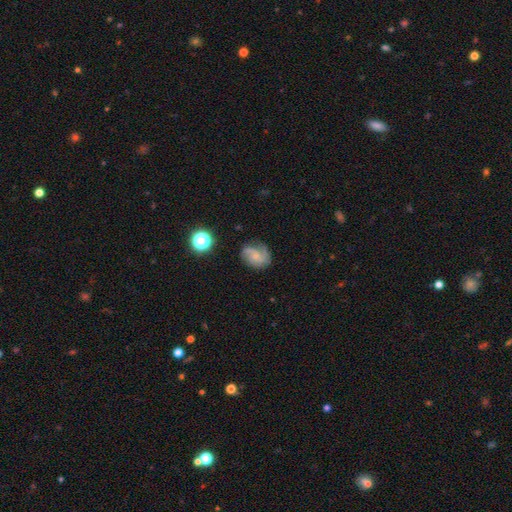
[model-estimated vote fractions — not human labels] Q: Smooth or featured?
A: featured or disk (68%); runner-up: smooth (23%)
Q: Edge-on disk?
A: no (98%); runner-up: yes (2%)
Q: Bar?
A: no (66%); runner-up: weak (30%)
Q: Spiral arms?
A: yes (94%); runner-up: no (6%)
Q: Spiral winding?
A: medium (47%); runner-up: tight (28%)
Q: Spiral arm count?
A: 2 (48%); runner-up: 3 (23%)
Q: Bulge size?
A: small (57%); runner-up: none (24%)
Q: Merging?
A: none (66%); runner-up: minor disturbance (21%)